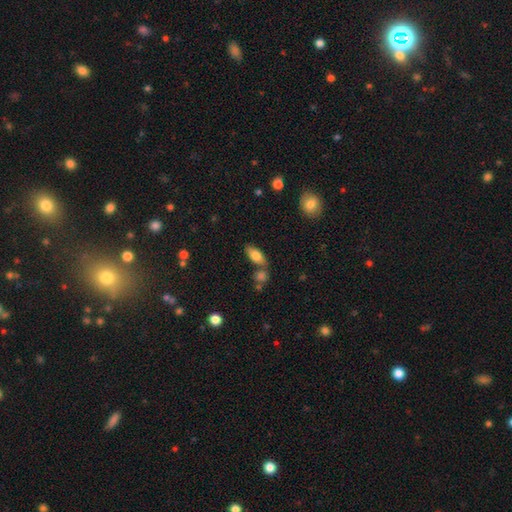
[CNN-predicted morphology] This appears to be a smooth galaxy with no disk features (77%) that is in between round and cigar-shaped (86%). Merging: none (68%).